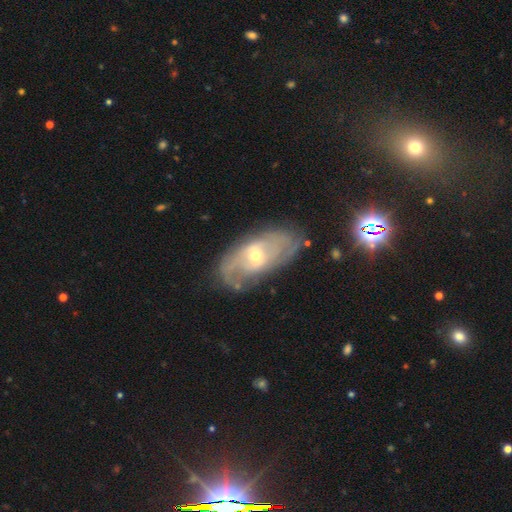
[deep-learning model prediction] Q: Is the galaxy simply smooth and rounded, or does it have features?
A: featured or disk — 78%.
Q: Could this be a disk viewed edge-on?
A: no — 92%.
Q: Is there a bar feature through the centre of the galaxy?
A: no — 48%.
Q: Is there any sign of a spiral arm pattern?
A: yes — 83%.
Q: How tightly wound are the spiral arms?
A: tight — 47%.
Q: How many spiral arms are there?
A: can't tell — 41%, tied with 2.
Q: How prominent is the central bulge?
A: small — 56%.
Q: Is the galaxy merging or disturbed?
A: none — 70%.